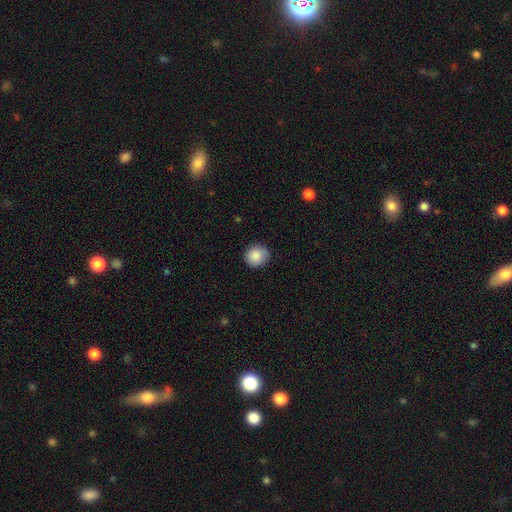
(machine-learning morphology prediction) A smooth galaxy with no disk features (87%) that is round (87%).

Vote fractions:
- Smooth or featured? smooth: 87% / star or artifact: 8% / featured or disk: 5%
- How rounded? round: 87% / in between: 12% / cigar-shaped: 1%
- Merging? none: 87% / minor disturbance: 10% / major disturbance: 2% / merger: 1%